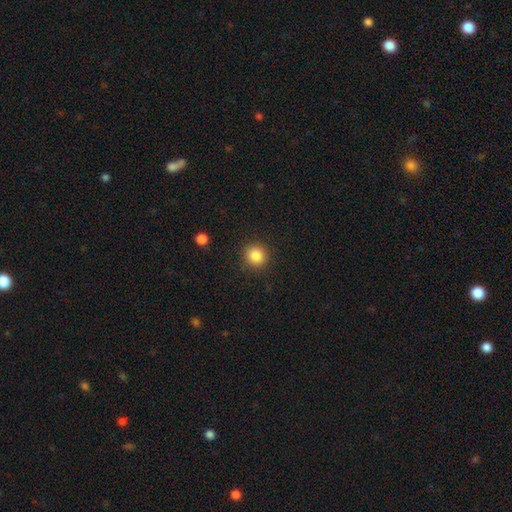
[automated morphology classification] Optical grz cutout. It shows a smooth galaxy with no disk features (85%) that is round (91%). Merging: none (90%).